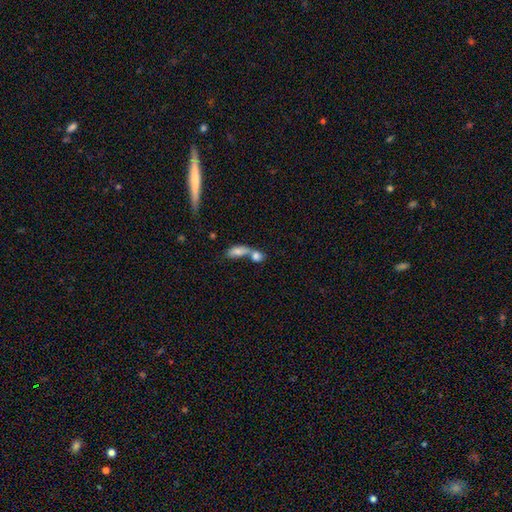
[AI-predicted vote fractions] Smooth or featured?
  - smooth: 78% *
  - featured or disk: 13%
  - star or artifact: 8%
How rounded?
  - in between: 59% *
  - round: 32%
  - cigar-shaped: 9%
Merging?
  - merger: 67% *
  - none: 23%
  - minor disturbance: 6%
  - major disturbance: 5%